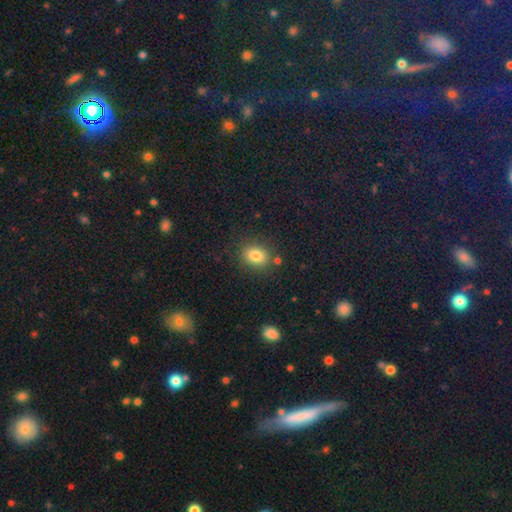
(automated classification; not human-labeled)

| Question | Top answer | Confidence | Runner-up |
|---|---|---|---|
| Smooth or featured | smooth | 82% | star or artifact (11%) |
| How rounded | in between | 65% | round (34%) |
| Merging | none | 82% | minor disturbance (11%) |